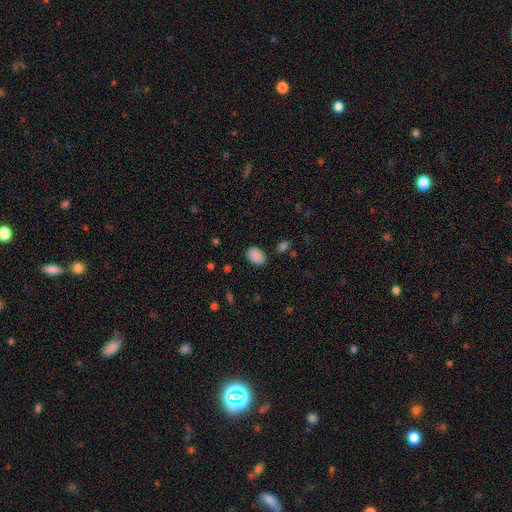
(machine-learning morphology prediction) This is clearly a smooth galaxy (88%). How rounded: clearly in between (84%). Merging: clearly none (82%).